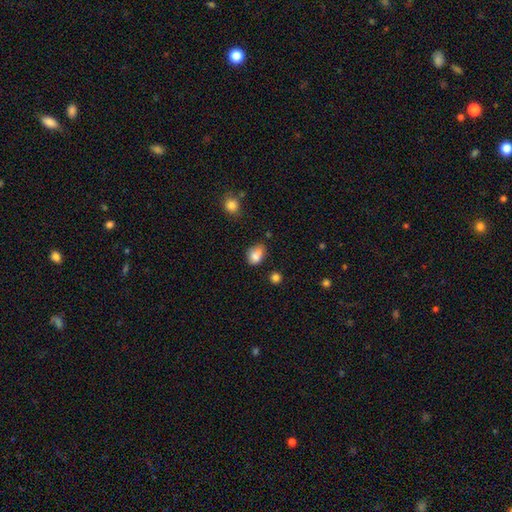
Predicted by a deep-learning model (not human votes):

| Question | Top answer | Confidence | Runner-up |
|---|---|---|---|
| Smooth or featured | smooth | 76% | featured or disk (13%) |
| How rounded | in between | 61% | round (38%) |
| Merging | none | 39% | merger (31%) |